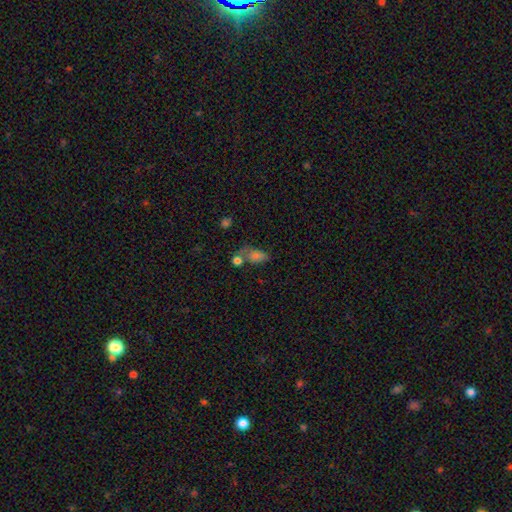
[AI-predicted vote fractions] This appears to be a smooth galaxy with no disk features (64%) that is in between round and cigar-shaped (79%). Merging: none (41%).